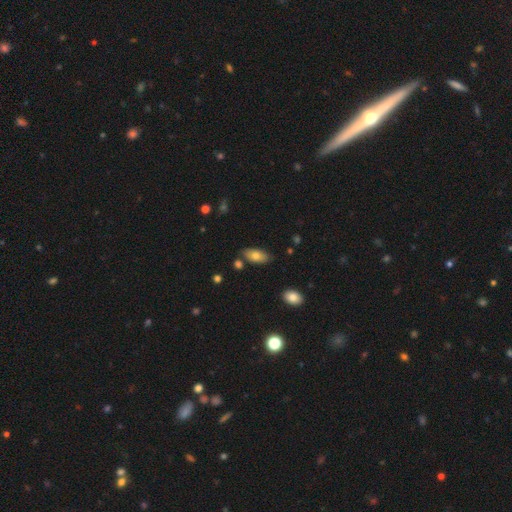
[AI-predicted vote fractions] smooth_or_featured: smooth (p=0.75) [alt: featured or disk p=0.18]
how_rounded: in between (p=0.90) [alt: cigar-shaped p=0.06]
merging: none (p=0.78) [alt: minor disturbance p=0.15]